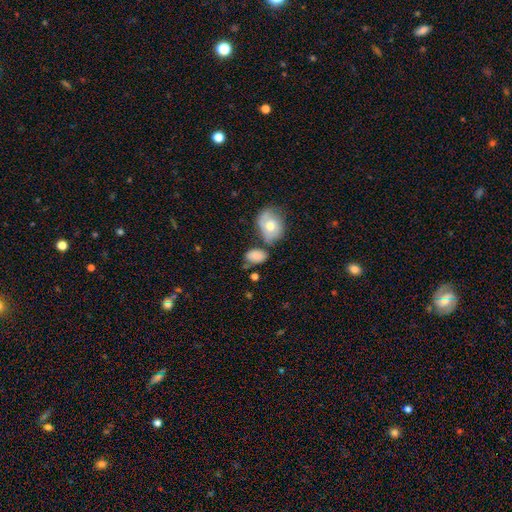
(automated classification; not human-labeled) smooth 79%, featured or disk 13%, star or artifact 8%. Down the decision tree: how rounded — in between (85%); merging — none (49%).